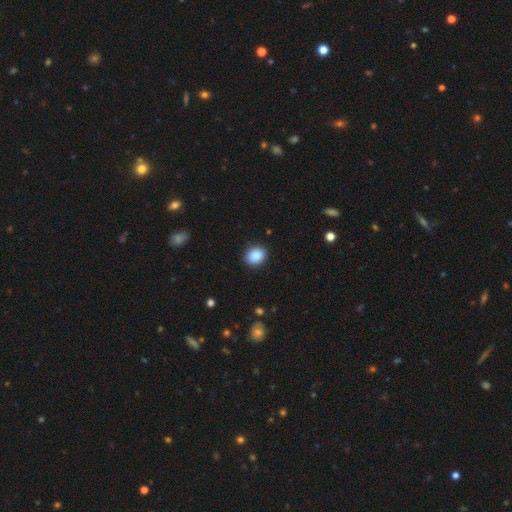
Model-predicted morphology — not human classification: Q: Smooth or featured?
A: smooth (88%); runner-up: star or artifact (8%)
Q: How rounded?
A: round (59%); runner-up: in between (40%)
Q: Merging?
A: none (90%); runner-up: minor disturbance (7%)